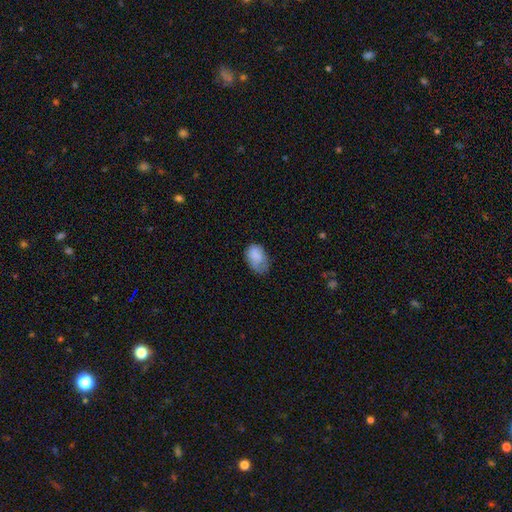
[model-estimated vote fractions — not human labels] Morphology: type=smooth (80%); roundness=in between (85%); merging=none (45%).